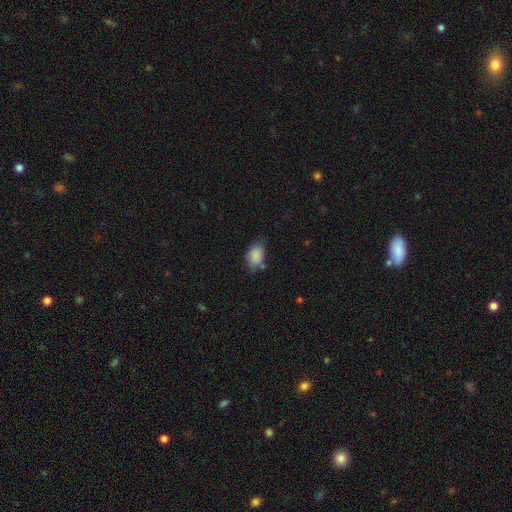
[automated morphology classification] A smooth galaxy with no disk features (88%) that is in between round and cigar-shaped (83%). Merging: none (69%).